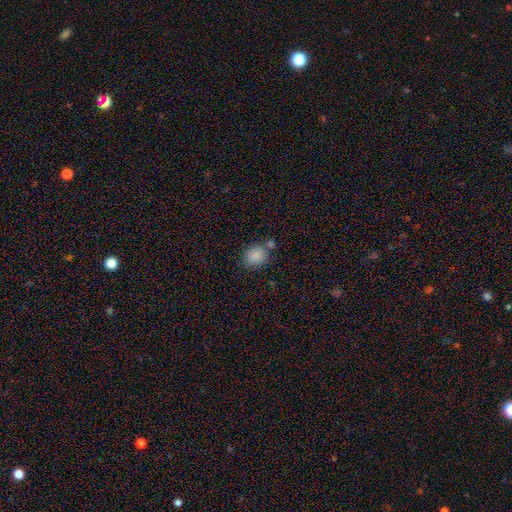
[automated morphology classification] smooth-or-featured: smooth: 86% | star or artifact: 9% | featured or disk: 5%
  how-rounded: round: 55% | in between: 44% | cigar-shaped: 1%
  merging: none: 65% | merger: 17% | minor disturbance: 14% | major disturbance: 4%